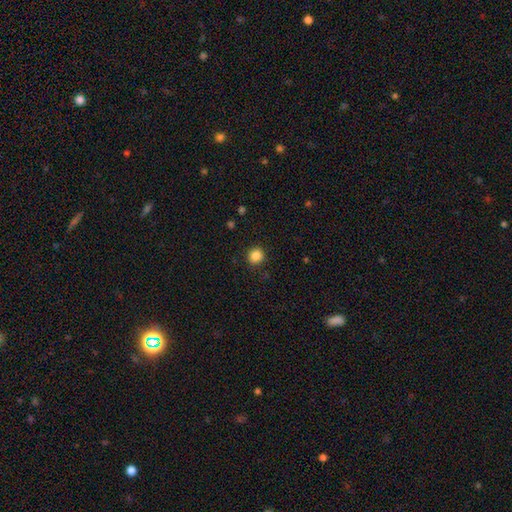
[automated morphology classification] Smooth or featured: smooth — 85% (star or artifact — 11%)
How rounded: round — 91% (in between — 8%)
Merging: none — 91% (minor disturbance — 6%)